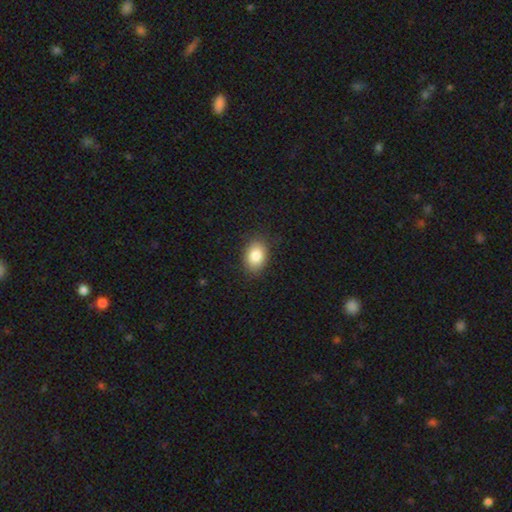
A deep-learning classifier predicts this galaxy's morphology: Smooth or featured: smooth — 85% (star or artifact — 8%)
How rounded: in between — 77% (round — 22%)
Merging: none — 85% (minor disturbance — 11%)